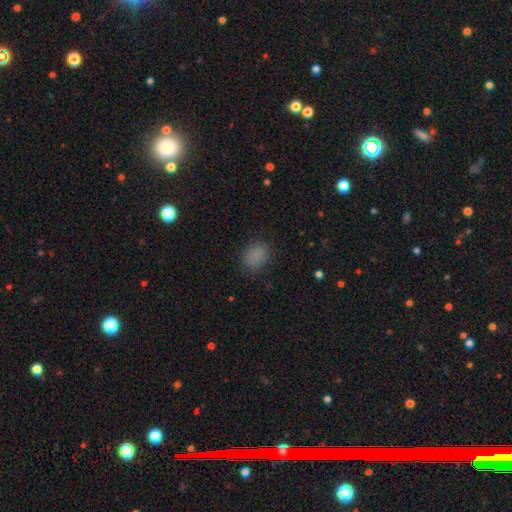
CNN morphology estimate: smooth-or-featured: smooth: 83% | star or artifact: 13% | featured or disk: 4%
  how-rounded: round: 52% | in between: 47% | cigar-shaped: 1%
  merging: none: 83% | minor disturbance: 12% | major disturbance: 4% | merger: 1%